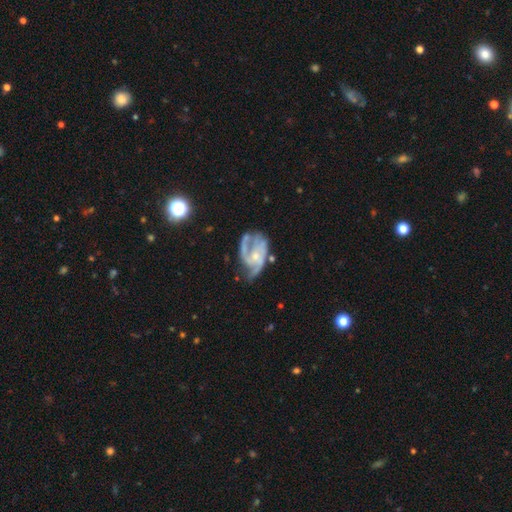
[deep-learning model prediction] This appears to be a featured or disk galaxy (85%) with no bar (69%), 2 (37%) medium (49%) spiral arms (91%) and a small central bulge (65%). Merging: none (41%).